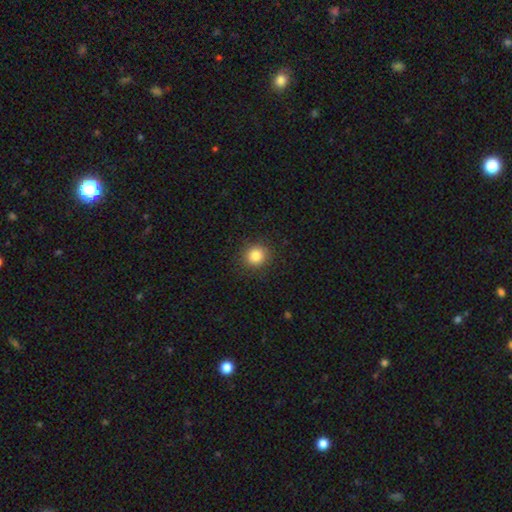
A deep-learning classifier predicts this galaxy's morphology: This is clearly a smooth galaxy (84%). How rounded: clearly round (89%). Merging: clearly none (90%).